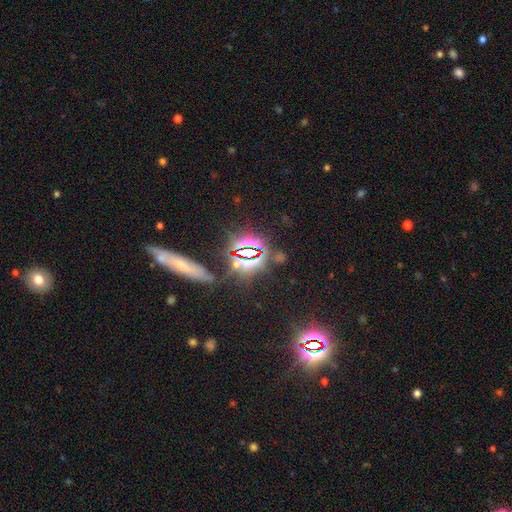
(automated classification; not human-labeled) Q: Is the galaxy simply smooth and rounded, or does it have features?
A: star or artifact — 73%.